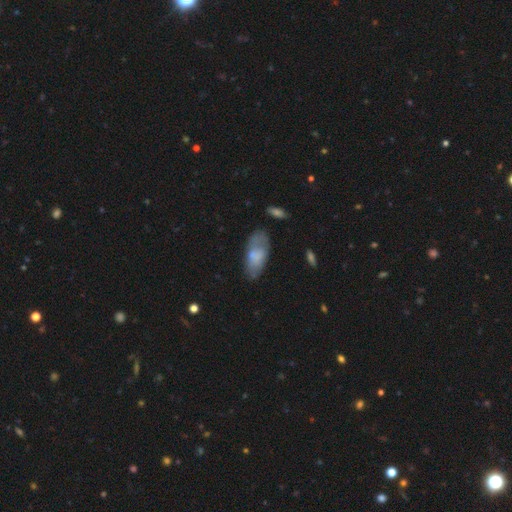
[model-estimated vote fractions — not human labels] smooth_or_featured: smooth (p=0.66) [alt: featured or disk p=0.27]
how_rounded: in between (p=0.88) [alt: cigar-shaped p=0.10]
merging: none (p=0.56) [alt: minor disturbance p=0.28]